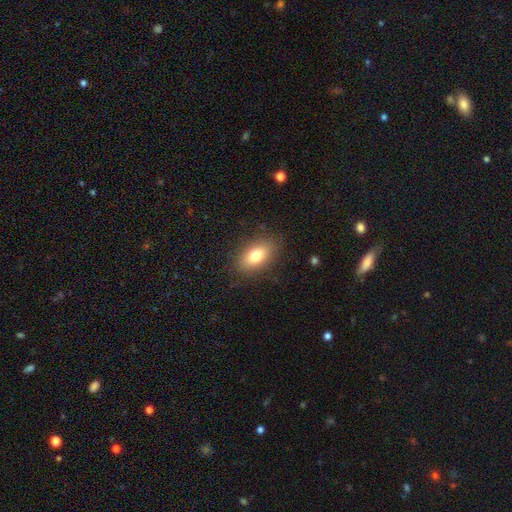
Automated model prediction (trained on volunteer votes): Smooth or featured? smooth (77%)
How rounded? in between (87%)
Merging? none (85%)